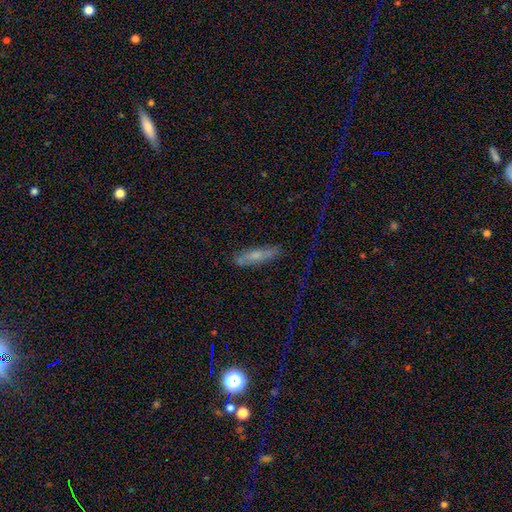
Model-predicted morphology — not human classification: This is possibly a smooth galaxy (50%). How rounded: likely cigar-shaped (75%). Merging: likely none (73%).